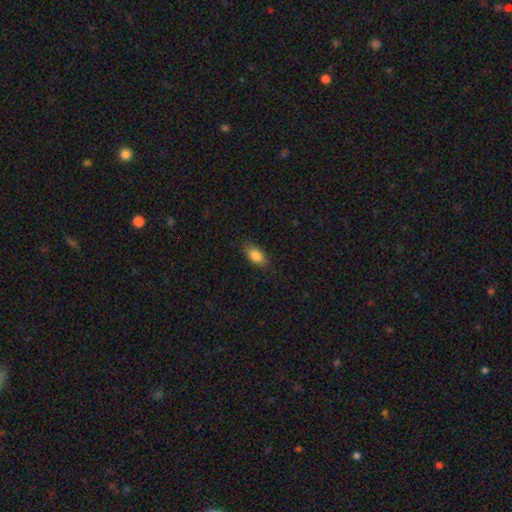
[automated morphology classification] smooth-or-featured: smooth: 83% | featured or disk: 10% | star or artifact: 8%
  how-rounded: in between: 87% | cigar-shaped: 7% | round: 5%
  merging: none: 83% | minor disturbance: 13% | major disturbance: 3% | merger: 1%